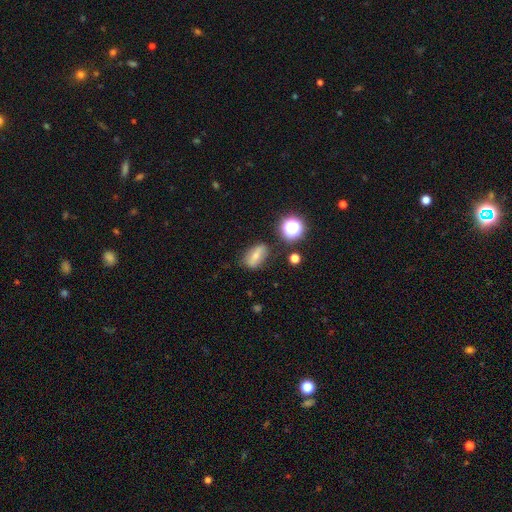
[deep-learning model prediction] Smooth or featured? Predicted: smooth (p=0.55). How rounded? Predicted: in between (p=0.73). Merging? Predicted: none (p=0.77).